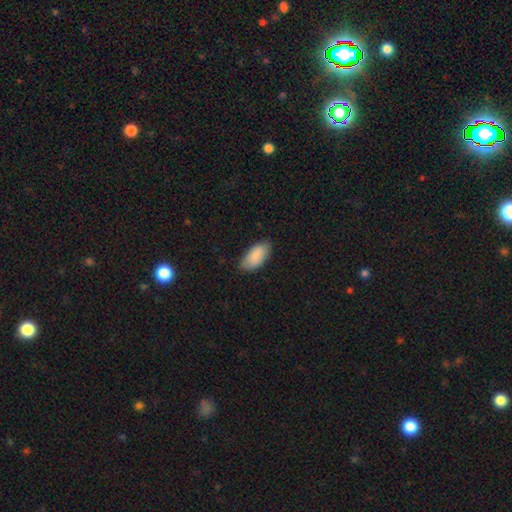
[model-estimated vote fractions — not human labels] Overall: smooth (88%). How rounded: in between (93%). Merging: none (82%).